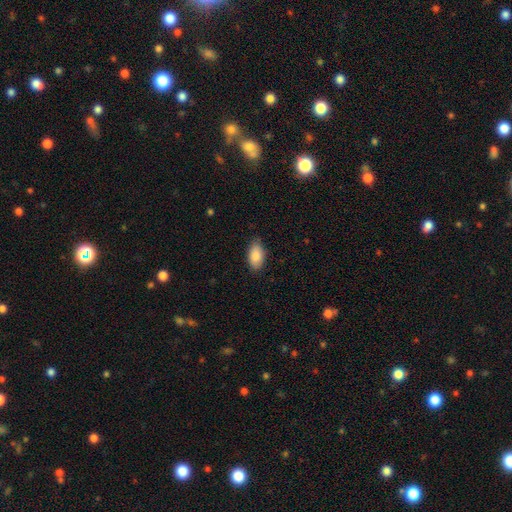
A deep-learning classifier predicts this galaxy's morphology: Smooth or featured?
  - smooth: 87% *
  - star or artifact: 6%
  - featured or disk: 6%
How rounded?
  - in between: 94% *
  - cigar-shaped: 3%
  - round: 3%
Merging?
  - none: 83% *
  - minor disturbance: 13%
  - major disturbance: 2%
  - merger: 1%